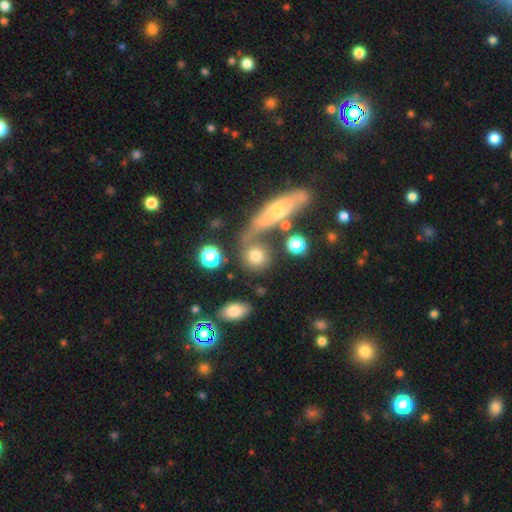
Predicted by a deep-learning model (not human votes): Smooth or featured: smooth — 73% (featured or disk — 15%)
How rounded: round — 76% (in between — 20%)
Merging: none — 48% (merger — 33%)